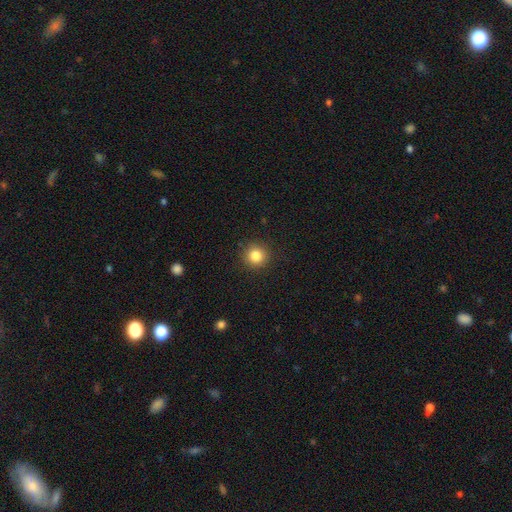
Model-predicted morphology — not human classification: This appears to be a smooth galaxy with no disk features (84%) that is round (94%). Merging: none (91%).